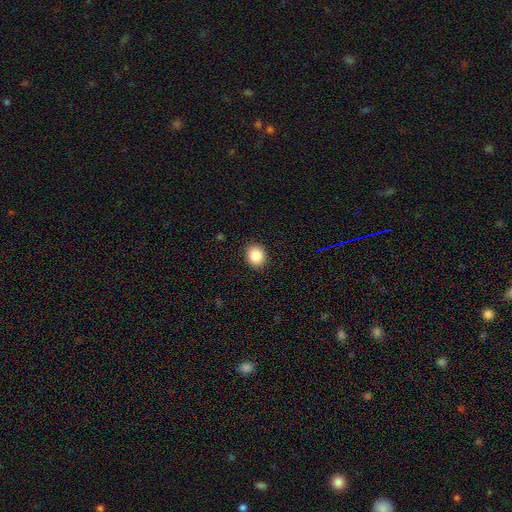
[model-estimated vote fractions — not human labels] Morphology: type=smooth (87%); roundness=round (69%); merging=none (91%).